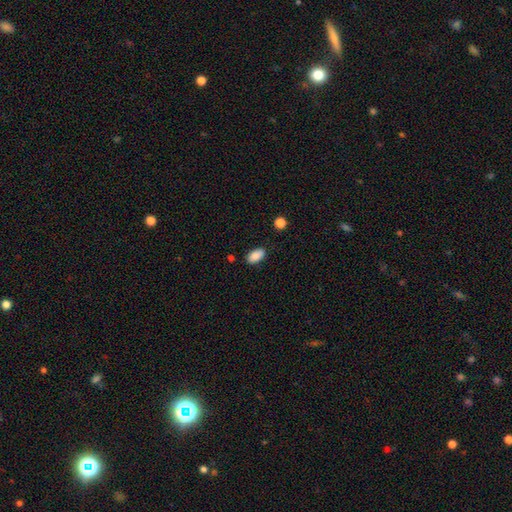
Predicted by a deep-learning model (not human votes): Morphology: type=smooth (87%); roundness=in between (93%); merging=none (84%).